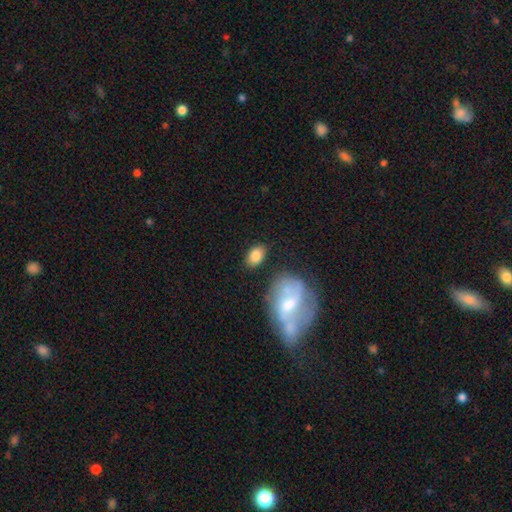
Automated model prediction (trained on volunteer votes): A smooth galaxy with no disk features (83%) that is in between round and cigar-shaped (86%). Merging: none (78%).